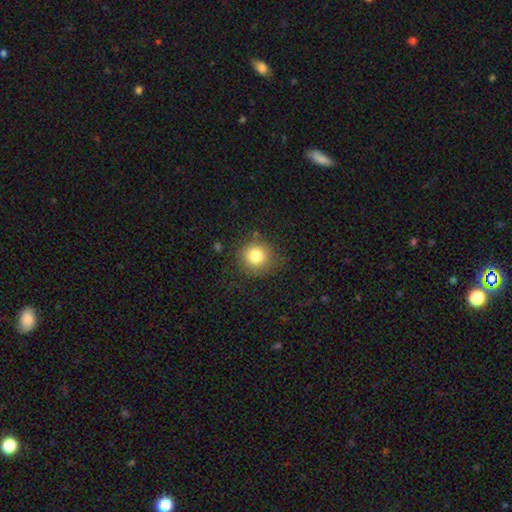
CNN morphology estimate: smooth 81%, star or artifact 11%, featured or disk 8%. Down the decision tree: how rounded — round (92%); merging — none (83%).